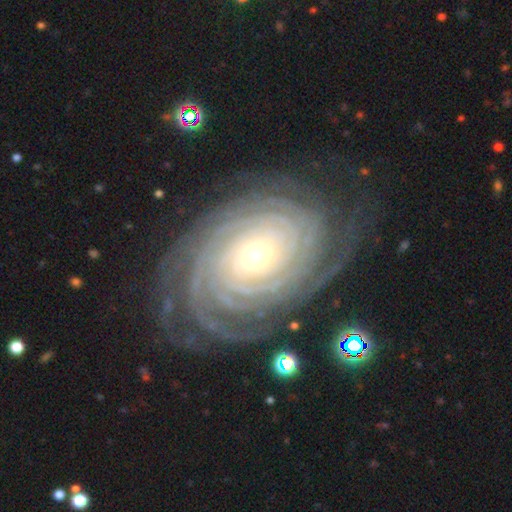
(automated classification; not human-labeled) This is clearly a featured or disk galaxy (92%). It is clearly not viewed edge-on (97%). Bar: likely no (73%). Spiral arm pattern: clearly yes (99%). Spiral arm count: marginally more than 4 (37%). Spiral winding: clearly tight (89%). Central bulge: likely small (61%). Merging: likely none (79%).